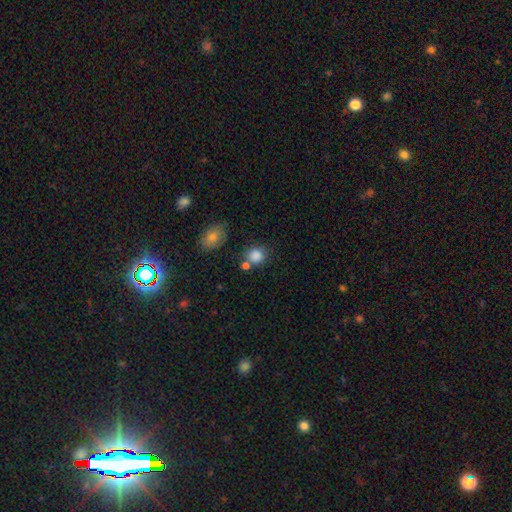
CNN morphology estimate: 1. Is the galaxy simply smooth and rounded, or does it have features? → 86% smooth, 10% star or artifact, 5% featured or disk.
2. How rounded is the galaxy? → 80% round, 19% in between, 1% cigar-shaped.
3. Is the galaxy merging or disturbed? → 65% none, 17% merger, 13% minor disturbance, 5% major disturbance.